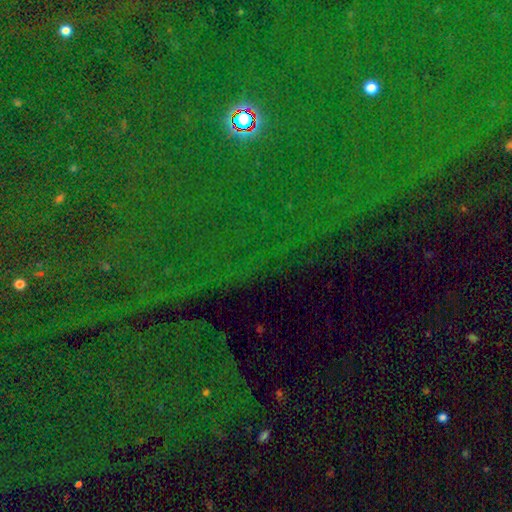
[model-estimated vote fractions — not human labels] Q: Smooth or featured?
A: star or artifact (83%); runner-up: smooth (9%)